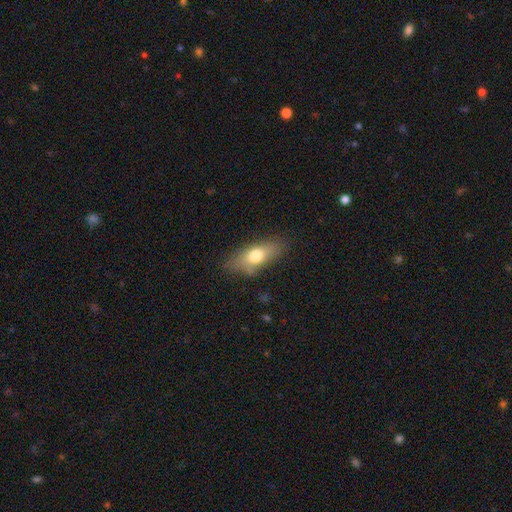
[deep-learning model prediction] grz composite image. It shows a smooth galaxy with no disk features (69%) that is in between round and cigar-shaped (71%). Merging: none (67%).